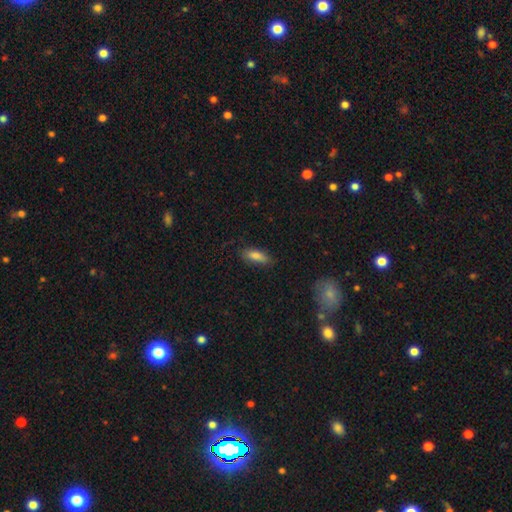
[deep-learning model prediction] smooth-or-featured: smooth: 80% | featured or disk: 11% | star or artifact: 9%
  how-rounded: in between: 64% | cigar-shaped: 33% | round: 2%
  merging: none: 79% | minor disturbance: 16% | major disturbance: 3% | merger: 2%